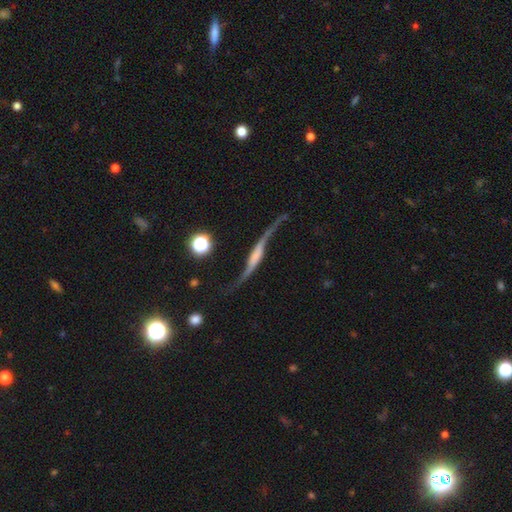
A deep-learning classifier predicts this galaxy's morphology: smooth-or-featured: featured or disk: 80% | smooth: 12% | star or artifact: 8%
  disk-edge-on: no: 56% | yes: 44%
  merging: none: 60% | minor disturbance: 19% | major disturbance: 16% | merger: 5%